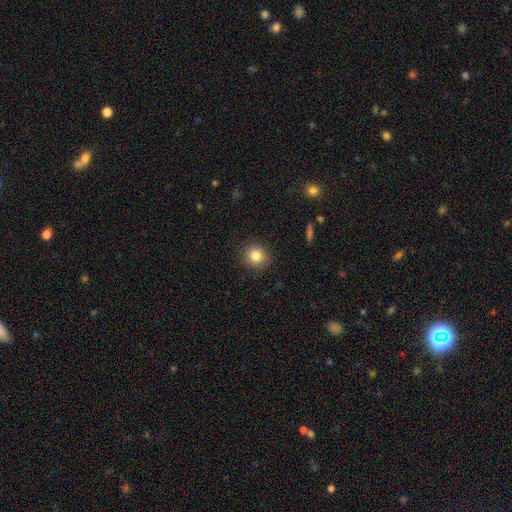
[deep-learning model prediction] Morphology: type=smooth (83%); roundness=round (87%); merging=none (90%).